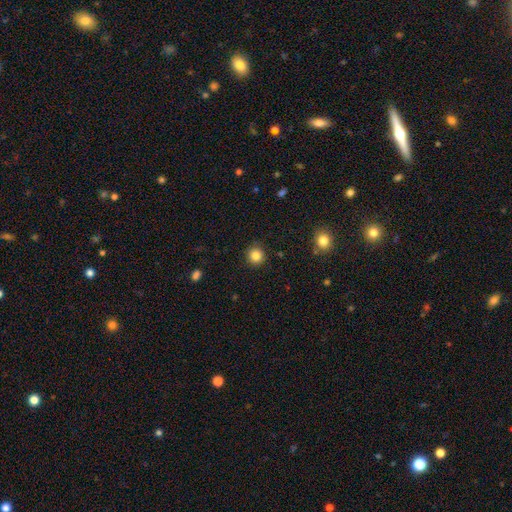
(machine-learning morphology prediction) This is clearly a smooth galaxy (84%). How rounded: clearly round (93%). Merging: clearly none (90%).